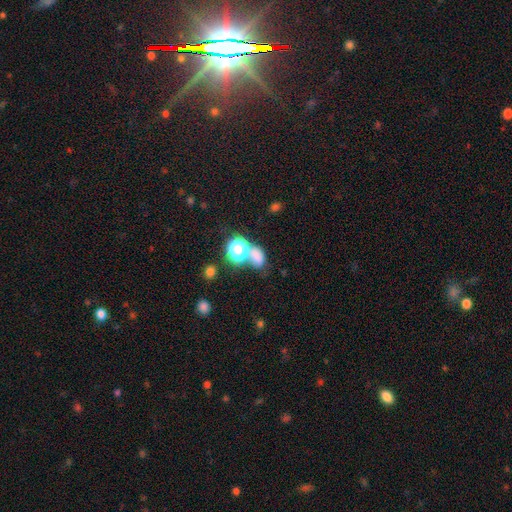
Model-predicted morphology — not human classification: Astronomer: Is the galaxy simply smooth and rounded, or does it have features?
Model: smooth — 69%.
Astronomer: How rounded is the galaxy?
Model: in between — 65%.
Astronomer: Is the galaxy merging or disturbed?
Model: none — 44% (runner-up: merger, 37%).